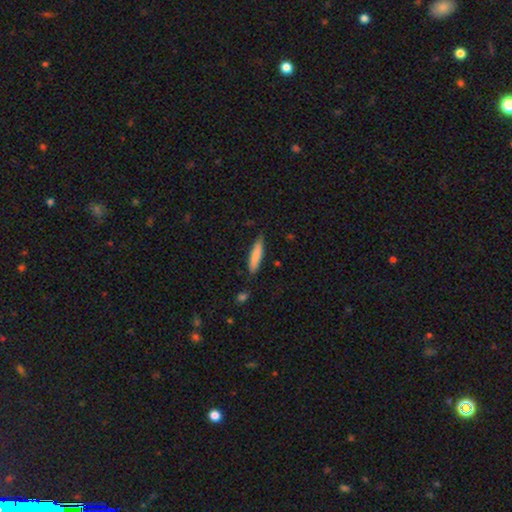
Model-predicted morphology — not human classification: Smooth or featured? smooth (81%)
How rounded? cigar-shaped (83%)
Merging? none (80%)